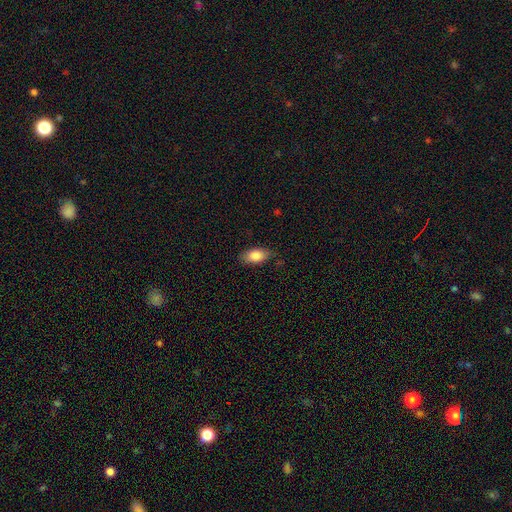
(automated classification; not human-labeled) Smooth or featured?
  - smooth: 84% *
  - featured or disk: 9%
  - star or artifact: 7%
How rounded?
  - in between: 91% *
  - cigar-shaped: 5%
  - round: 4%
Merging?
  - none: 80% *
  - minor disturbance: 16%
  - major disturbance: 3%
  - merger: 1%